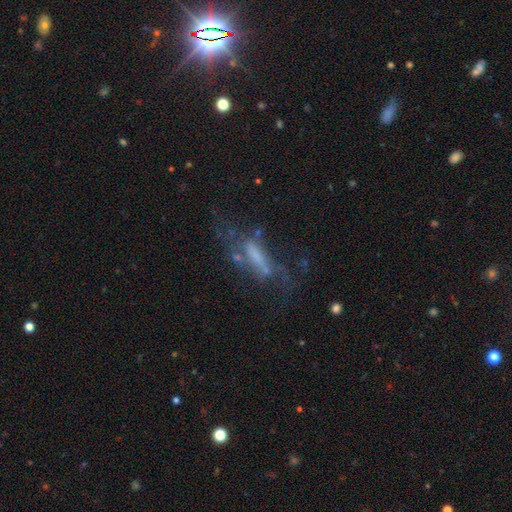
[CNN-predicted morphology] Q: Smooth or featured?
A: featured or disk (58%); runner-up: smooth (27%)
Q: Edge-on disk?
A: no (72%); runner-up: yes (28%)
Q: Merging?
A: none (44%); runner-up: major disturbance (30%)